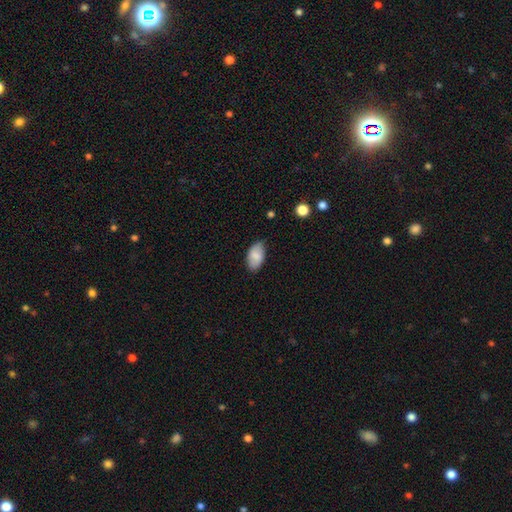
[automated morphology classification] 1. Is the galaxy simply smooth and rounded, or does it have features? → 79% smooth, 14% featured or disk, 7% star or artifact.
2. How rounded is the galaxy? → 94% in between, 4% round, 2% cigar-shaped.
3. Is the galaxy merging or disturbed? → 76% none, 19% minor disturbance, 3% major disturbance, 1% merger.